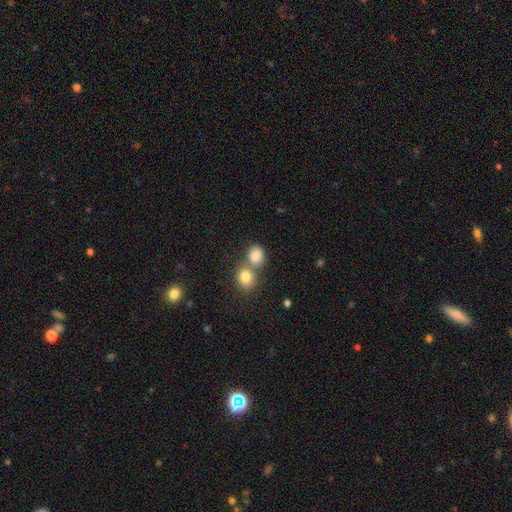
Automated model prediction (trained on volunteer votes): Morphology: type=smooth (84%); roundness=round (62%); merging=merger (46%).